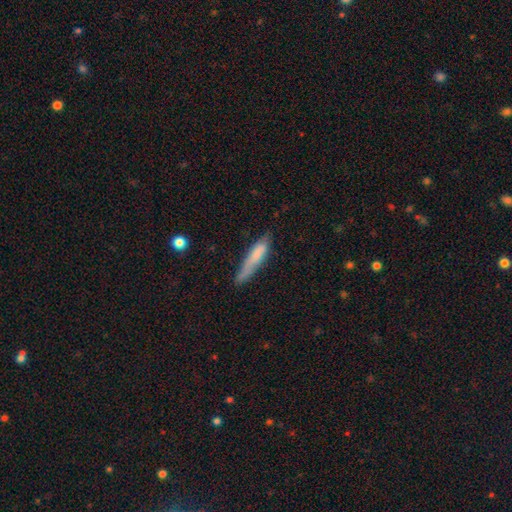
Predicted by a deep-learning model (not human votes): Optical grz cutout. It shows a smooth galaxy with no disk features (71%) that is cigar-shaped (86%). Merging: none (58%).